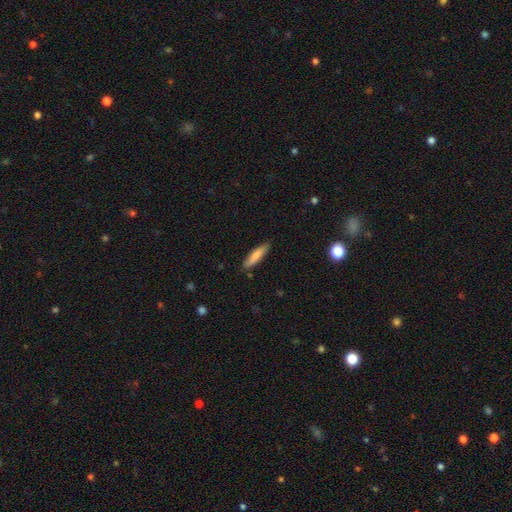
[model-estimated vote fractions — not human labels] This appears to be a smooth galaxy with no disk features (80%) that is cigar-shaped (78%). Merging: none (87%).